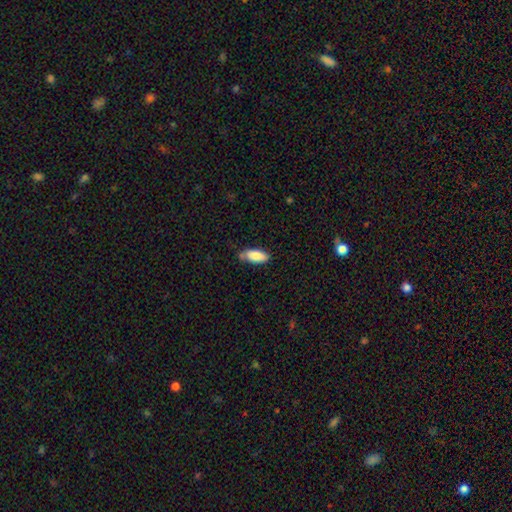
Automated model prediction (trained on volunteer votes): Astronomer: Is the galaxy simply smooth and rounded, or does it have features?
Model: smooth — 84%.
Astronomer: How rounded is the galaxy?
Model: in between — 84%.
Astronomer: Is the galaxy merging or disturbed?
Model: none — 68%.